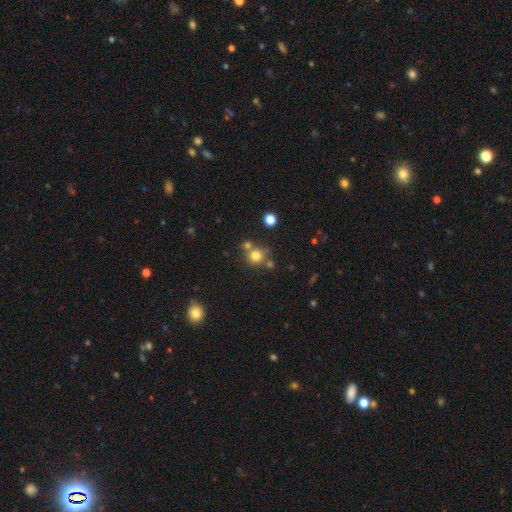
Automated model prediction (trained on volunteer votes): smooth 75%, star or artifact 15%, featured or disk 10%. Down the decision tree: how rounded — round (89%); merging — none (62%).